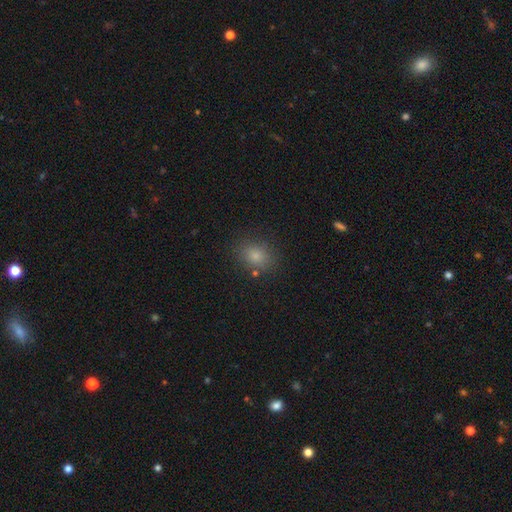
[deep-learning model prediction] A smooth galaxy with no disk features (80%) that is in between round and cigar-shaped (52%). Merging: none (81%).